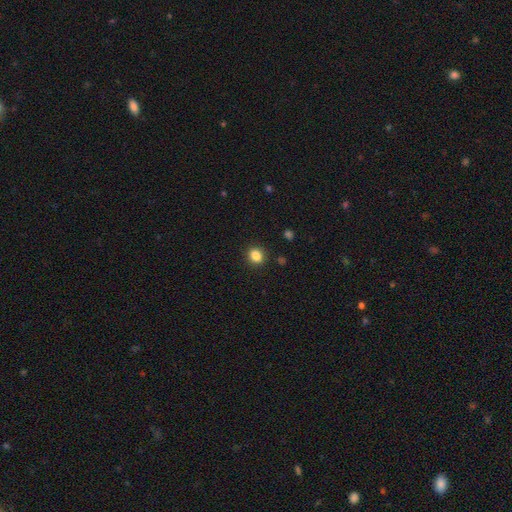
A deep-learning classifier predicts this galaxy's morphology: This appears to be a smooth galaxy with no disk features (85%) that is round (71%). Merging: none (90%).